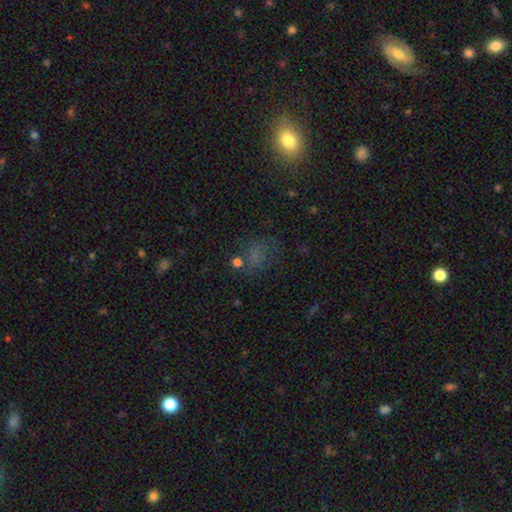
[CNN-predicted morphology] A smooth galaxy with no disk features (52%) that is in between round and cigar-shaped (50%).

Vote fractions:
- Smooth or featured? smooth: 52% / star or artifact: 34% / featured or disk: 14%
- How rounded? in between: 50% / round: 48% / cigar-shaped: 2%
- Merging? none: 56% / minor disturbance: 20% / major disturbance: 18% / merger: 6%